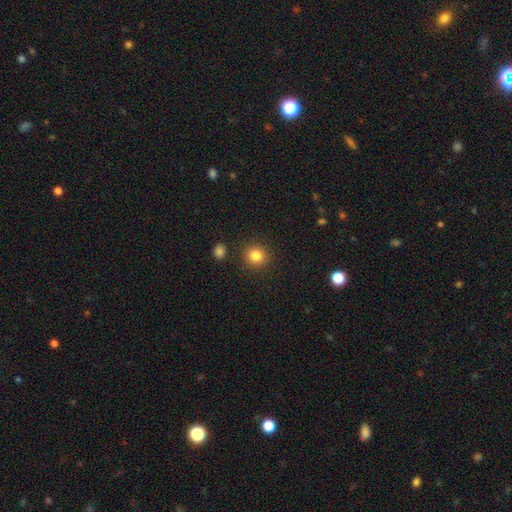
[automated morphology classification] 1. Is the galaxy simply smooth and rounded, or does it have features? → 84% smooth, 11% star or artifact, 5% featured or disk.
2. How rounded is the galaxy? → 90% round, 9% in between, 1% cigar-shaped.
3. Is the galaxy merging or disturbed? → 89% none, 6% minor disturbance, 3% merger, 2% major disturbance.